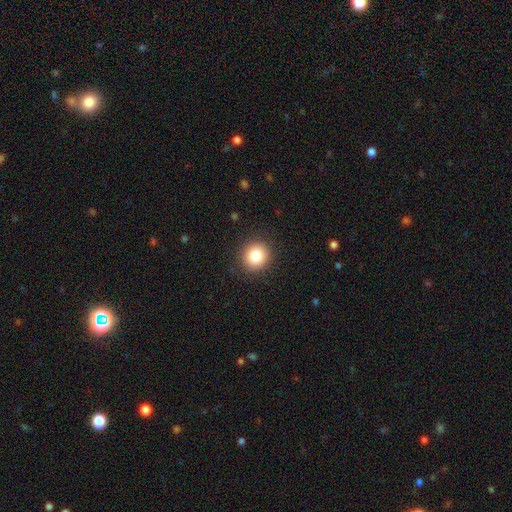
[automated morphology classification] Smooth or featured: smooth — 83% (star or artifact — 10%)
How rounded: round — 89% (in between — 10%)
Merging: none — 91% (minor disturbance — 6%)